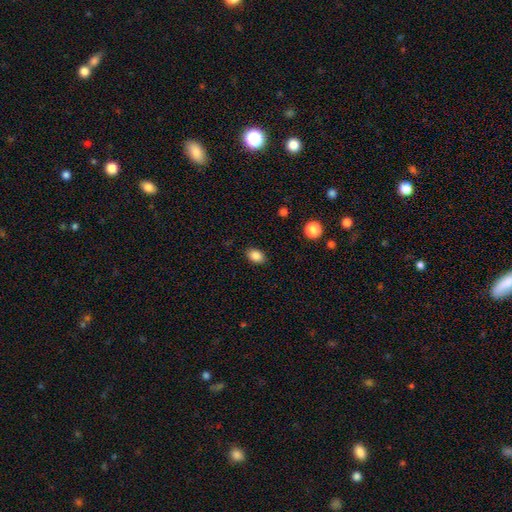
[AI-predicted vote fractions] Smooth or featured? Predicted: smooth (p=0.87). How rounded? Predicted: in between (p=0.75). Merging? Predicted: none (p=0.87).